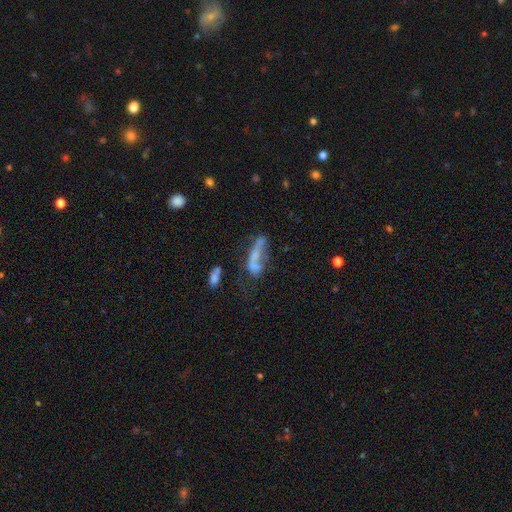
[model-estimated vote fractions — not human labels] This appears to be a featured or disk galaxy (43%). Merging: major disturbance (31%).